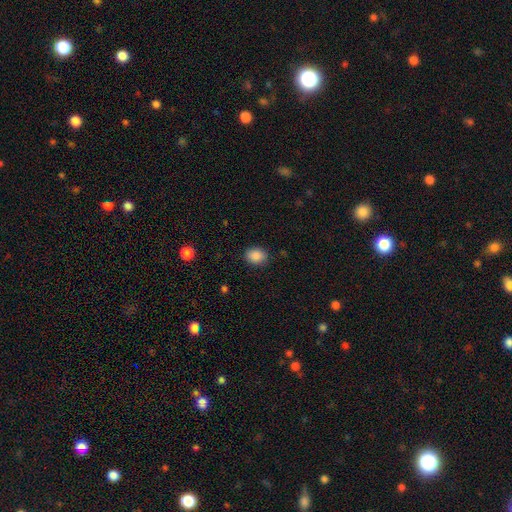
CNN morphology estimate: A smooth galaxy with no disk features (88%) that is in between round and cigar-shaped (51%).

Vote fractions:
- Smooth or featured? smooth: 88% / star or artifact: 9% / featured or disk: 3%
- How rounded? in between: 51% / round: 48% / cigar-shaped: 1%
- Merging? none: 85% / minor disturbance: 11% / major disturbance: 3% / merger: 1%